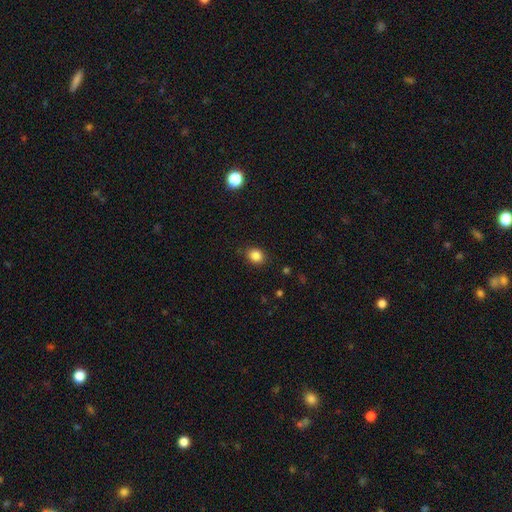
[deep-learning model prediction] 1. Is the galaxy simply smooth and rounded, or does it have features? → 85% smooth, 11% star or artifact, 4% featured or disk.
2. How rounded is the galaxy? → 63% round, 37% in between, 1% cigar-shaped.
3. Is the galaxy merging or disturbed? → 86% none, 10% minor disturbance, 3% major disturbance, 1% merger.